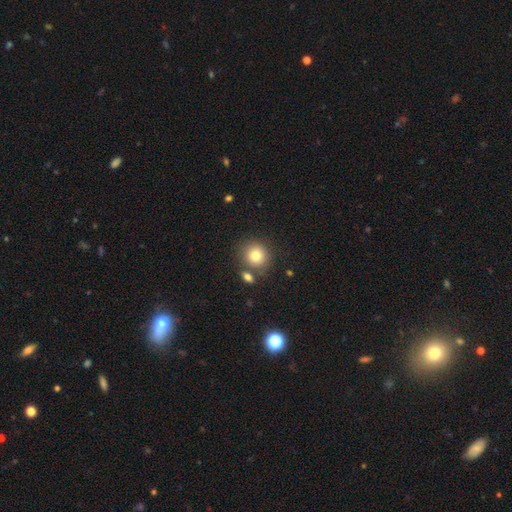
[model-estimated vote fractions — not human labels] Smooth or featured? smooth (79%)
How rounded? round (87%)
Merging? none (71%)